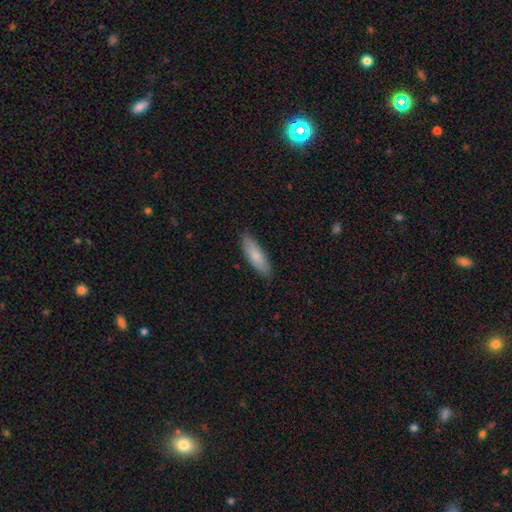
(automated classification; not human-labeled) smooth 80%, featured or disk 15%, star or artifact 5%. Down the decision tree: how rounded — cigar-shaped (49%, tied with in between); merging — none (86%).